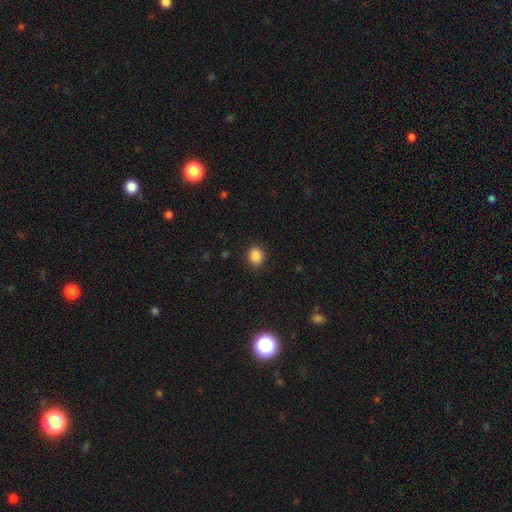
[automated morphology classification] smooth_or_featured: smooth (p=0.87) [alt: star or artifact p=0.10]
how_rounded: round (p=0.69) [alt: in between p=0.30]
merging: none (p=0.88) [alt: minor disturbance p=0.08]